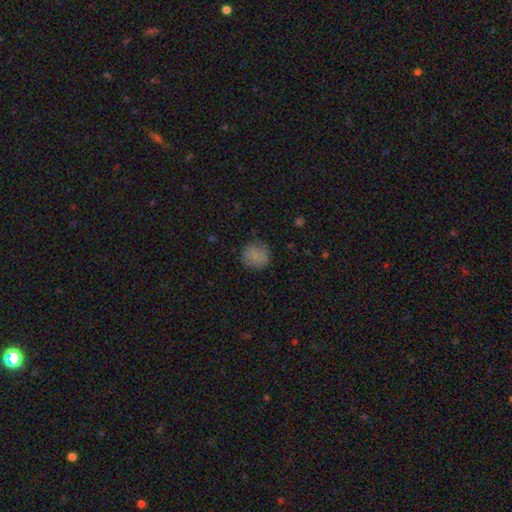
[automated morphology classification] Smooth or featured?
  - smooth: 78% *
  - featured or disk: 12%
  - star or artifact: 10%
How rounded?
  - round: 88% *
  - in between: 11%
  - cigar-shaped: 1%
Merging?
  - none: 75% *
  - minor disturbance: 18%
  - major disturbance: 5%
  - merger: 1%